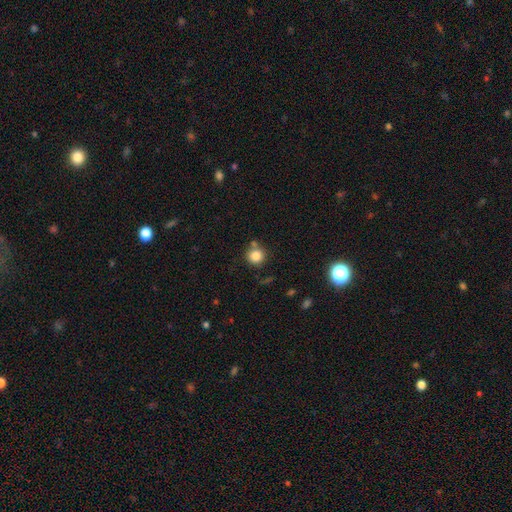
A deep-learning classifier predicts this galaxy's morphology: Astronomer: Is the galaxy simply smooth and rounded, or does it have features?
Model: smooth — 83%.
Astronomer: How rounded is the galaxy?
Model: round — 92%.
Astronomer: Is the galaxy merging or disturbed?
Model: none — 72%.